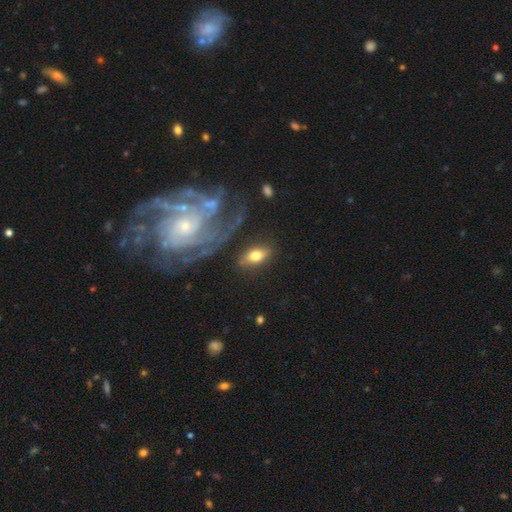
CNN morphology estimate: The model was most divided on "smooth or featured": smooth: 71%, featured or disk: 22%, star or artifact: 7%. More confident: how rounded — in between (89%); merging — none (75%).